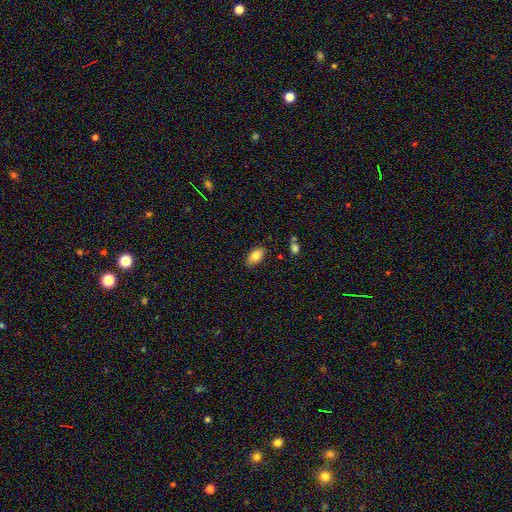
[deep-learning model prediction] Smooth or featured? smooth (82%)
How rounded? in between (91%)
Merging? none (82%)